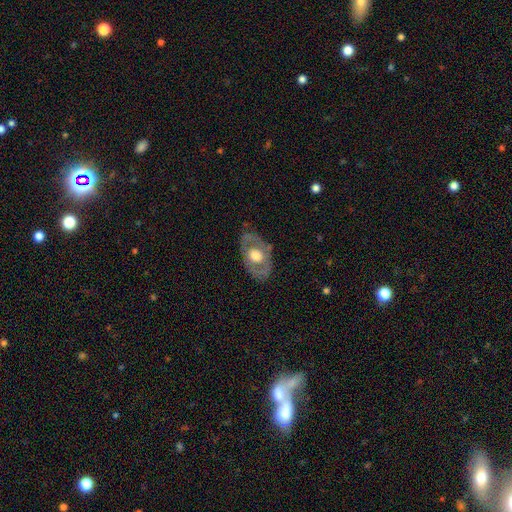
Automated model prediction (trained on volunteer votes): smooth_or_featured: featured or disk (p=0.58) [alt: smooth p=0.37]
disk_edge_on: no (p=0.89) [alt: yes p=0.11]
bar: no (p=0.85) [alt: weak p=0.12]
has_spiral_arms: no (p=0.80) [alt: yes p=0.20]
bulge_size: large (p=0.46) [tied with: moderate p=0.46]
merging: none (p=0.78) [alt: minor disturbance p=0.15]